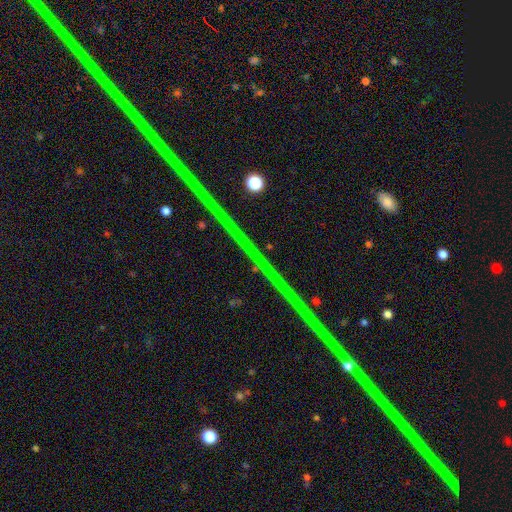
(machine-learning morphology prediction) smooth_or_featured: star or artifact (p=0.88) [alt: featured or disk p=0.07]